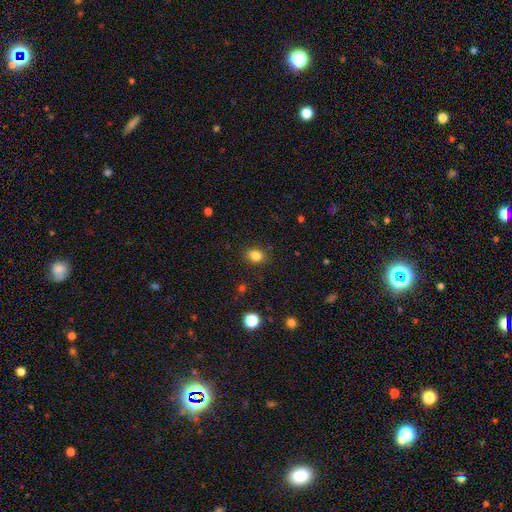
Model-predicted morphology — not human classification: The model was most divided on "how rounded": in between: 56%, round: 43%, cigar-shaped: 1%. More confident: merging — none (87%); smooth or featured — smooth (83%).